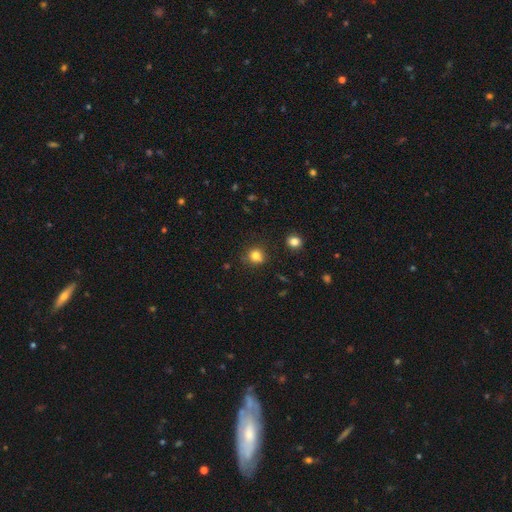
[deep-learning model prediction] This appears to be a smooth galaxy with no disk features (80%) that is round (85%). Merging: none (77%).